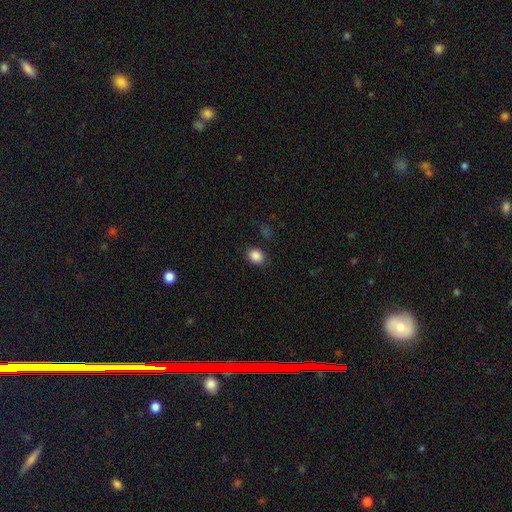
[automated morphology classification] smooth-or-featured: smooth: 87% | star or artifact: 10% | featured or disk: 3%
  how-rounded: round: 52% | in between: 47% | cigar-shaped: 1%
  merging: none: 86% | minor disturbance: 9% | major disturbance: 3% | merger: 2%